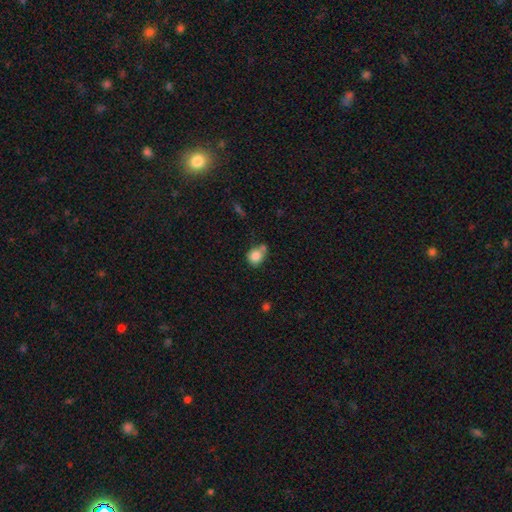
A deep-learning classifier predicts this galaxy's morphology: Q: Smooth or featured?
A: smooth (82%); runner-up: star or artifact (9%)
Q: How rounded?
A: round (68%); runner-up: in between (31%)
Q: Merging?
A: none (48%); runner-up: merger (24%)